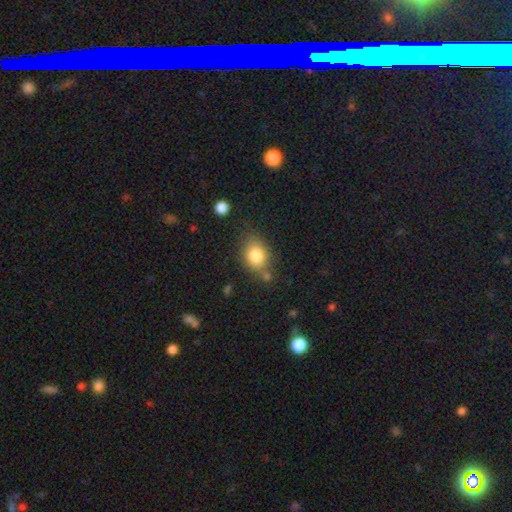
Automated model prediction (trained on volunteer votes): A smooth galaxy with no disk features (82%) that is in between round and cigar-shaped (61%).

Vote fractions:
- Smooth or featured? smooth: 82% / featured or disk: 9% / star or artifact: 9%
- How rounded? in between: 61% / round: 38% / cigar-shaped: 1%
- Merging? none: 69% / minor disturbance: 17% / merger: 9% / major disturbance: 5%